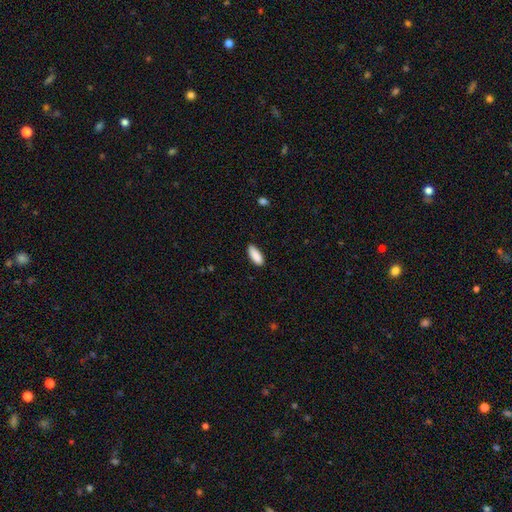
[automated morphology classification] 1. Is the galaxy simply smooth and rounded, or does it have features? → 90% smooth, 6% star or artifact, 4% featured or disk.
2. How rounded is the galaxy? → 78% in between, 20% cigar-shaped, 2% round.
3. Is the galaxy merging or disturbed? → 85% none, 12% minor disturbance, 2% major disturbance, 1% merger.